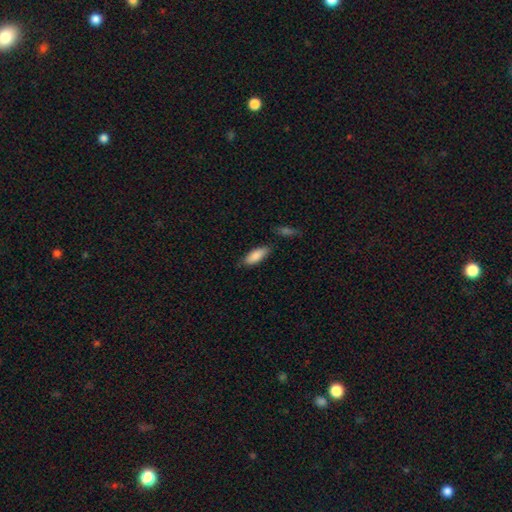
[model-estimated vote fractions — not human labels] smooth_or_featured: smooth (p=0.86) [alt: featured or disk p=0.08]
how_rounded: in between (p=0.72) [alt: cigar-shaped p=0.26]
merging: none (p=0.76) [alt: minor disturbance p=0.16]